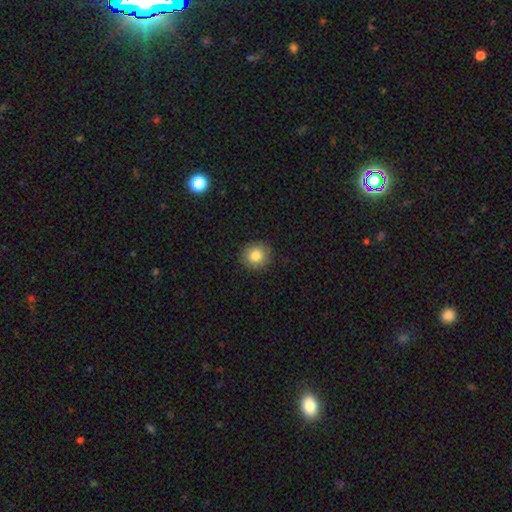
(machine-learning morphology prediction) type=smooth (82%); roundness=round (89%); merging=none (90%).